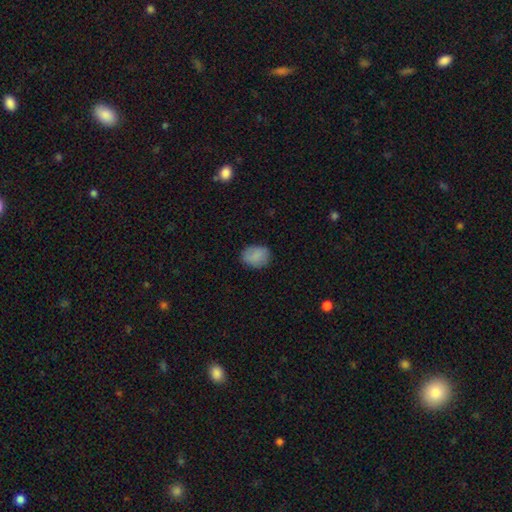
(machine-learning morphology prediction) smooth 84%, featured or disk 8%, star or artifact 8%. Down the decision tree: how rounded — in between (57%); merging — none (79%).